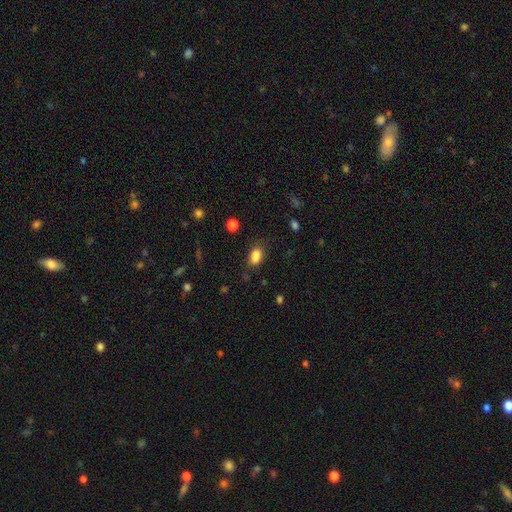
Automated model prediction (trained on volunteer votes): The model was most divided on "merging": none: 72%, minor disturbance: 18%, major disturbance: 5%, merger: 4%. More confident: how rounded — in between (85%); smooth or featured — smooth (85%).